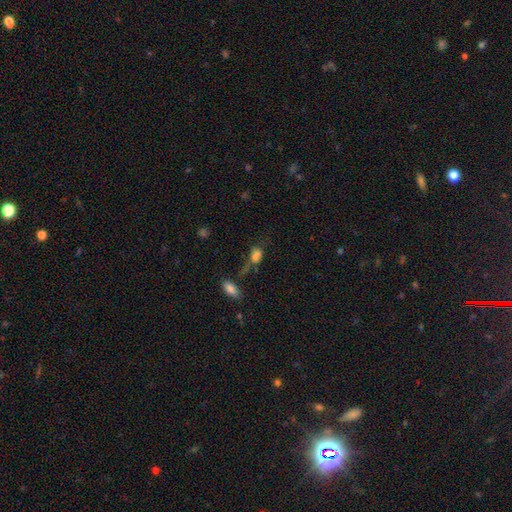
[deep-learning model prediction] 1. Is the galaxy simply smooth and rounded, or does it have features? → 72% smooth, 15% star or artifact, 13% featured or disk.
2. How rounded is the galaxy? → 80% in between, 14% round, 6% cigar-shaped.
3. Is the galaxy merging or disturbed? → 32% none, 26% merger, 22% major disturbance, 20% minor disturbance.